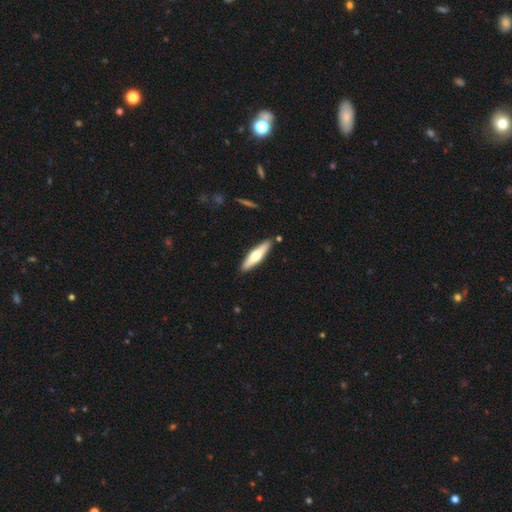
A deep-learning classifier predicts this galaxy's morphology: Overall: smooth (52%; featured or disk 44%). How rounded: cigar-shaped (77%). Merging: none (88%).